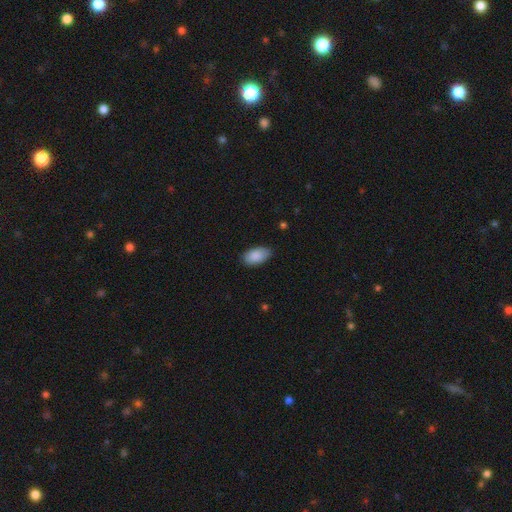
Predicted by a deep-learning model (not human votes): A smooth galaxy with no disk features (89%) that is in between round and cigar-shaped (95%).

Vote fractions:
- Smooth or featured? smooth: 89% / star or artifact: 6% / featured or disk: 5%
- How rounded? in between: 95% / round: 3% / cigar-shaped: 2%
- Merging? none: 82% / minor disturbance: 15% / major disturbance: 3% / merger: 1%